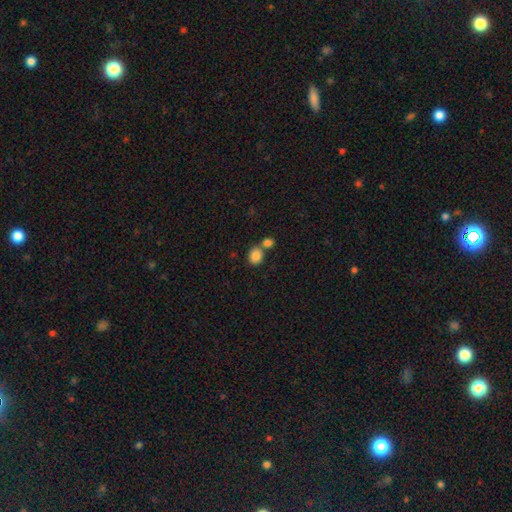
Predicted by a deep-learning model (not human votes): Smooth or featured? smooth (85%)
How rounded? round (64%)
Merging? none (52%)